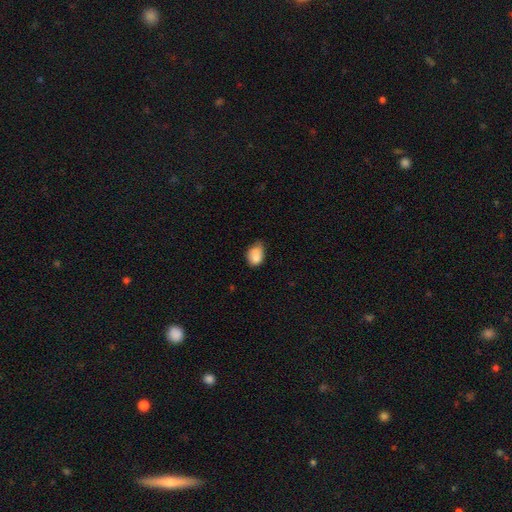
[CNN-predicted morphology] Q: Smooth or featured?
A: smooth (80%); runner-up: featured or disk (11%)
Q: How rounded?
A: in between (73%); runner-up: round (26%)
Q: Merging?
A: minor disturbance (41%); runner-up: none (39%)